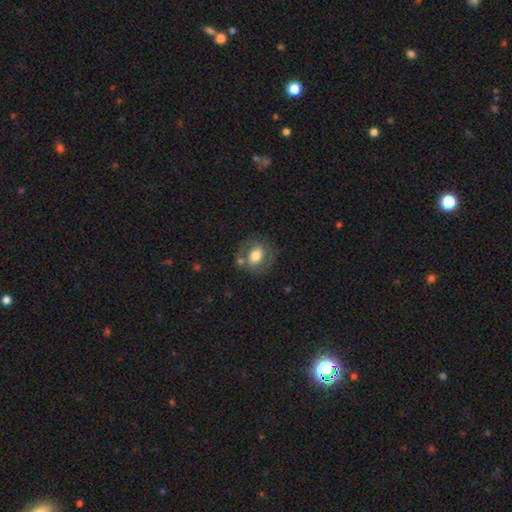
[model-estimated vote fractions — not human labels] Smooth or featured? Predicted: smooth (p=0.56). How rounded? Predicted: in between (p=0.55). Merging? Predicted: none (p=0.65).